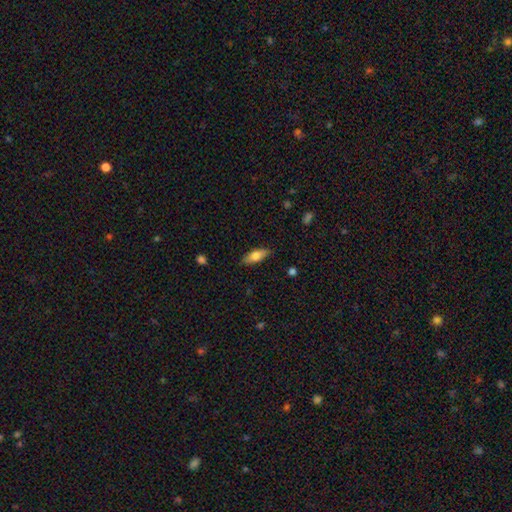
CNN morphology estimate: A smooth galaxy with no disk features (74%) that is in between round and cigar-shaped (69%). Merging: none (86%).